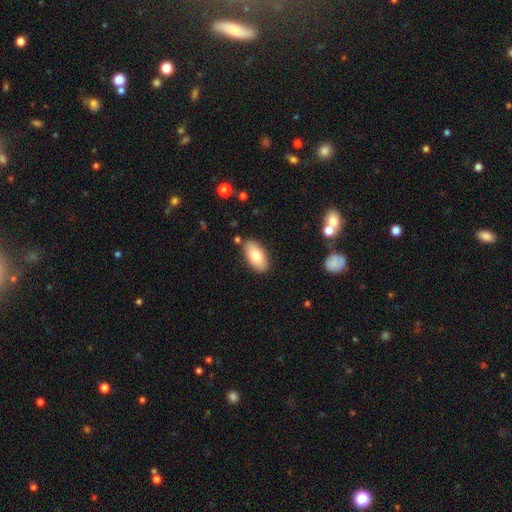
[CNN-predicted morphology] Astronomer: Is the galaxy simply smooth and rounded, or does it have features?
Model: smooth — 78%.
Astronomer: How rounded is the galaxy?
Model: in between — 93%.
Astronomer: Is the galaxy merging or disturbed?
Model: none — 85%.